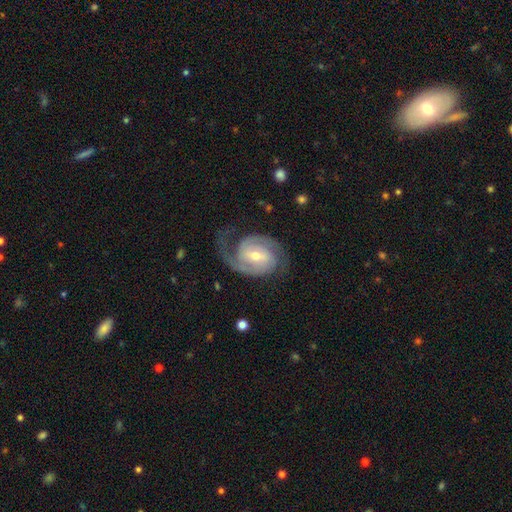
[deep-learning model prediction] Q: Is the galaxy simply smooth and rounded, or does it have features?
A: featured or disk — 90%.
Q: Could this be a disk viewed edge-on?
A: no — 97%.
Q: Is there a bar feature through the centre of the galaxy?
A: weak — 48%.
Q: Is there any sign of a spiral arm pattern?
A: yes — 98%.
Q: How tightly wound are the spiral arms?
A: medium — 46%.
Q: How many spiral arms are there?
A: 2 — 87%.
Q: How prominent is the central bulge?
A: moderate — 49%.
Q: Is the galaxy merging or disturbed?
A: none — 71%.